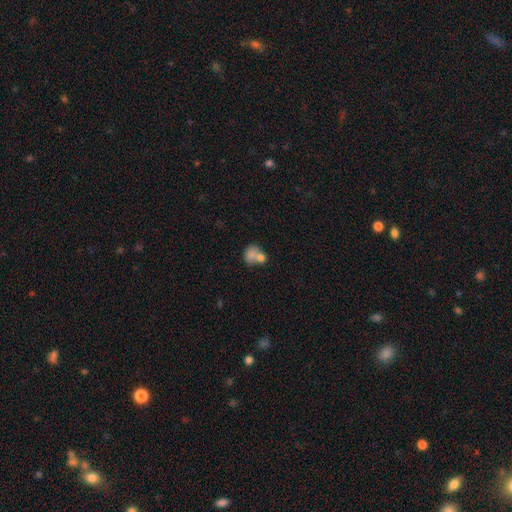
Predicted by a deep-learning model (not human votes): smooth_or_featured: smooth (p=0.76) [alt: featured or disk p=0.15]
how_rounded: round (p=0.55) [alt: in between p=0.44]
merging: merger (p=0.56) [alt: none p=0.28]